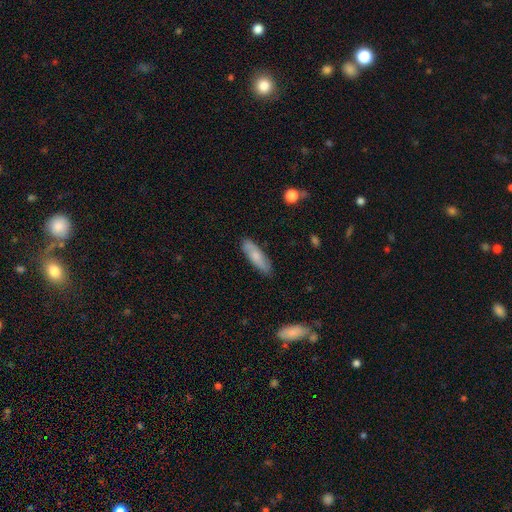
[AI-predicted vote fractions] smooth_or_featured: smooth (p=0.68) [alt: featured or disk p=0.26]
how_rounded: cigar-shaped (p=0.53) [alt: in between p=0.45]
merging: none (p=0.82) [alt: minor disturbance p=0.14]